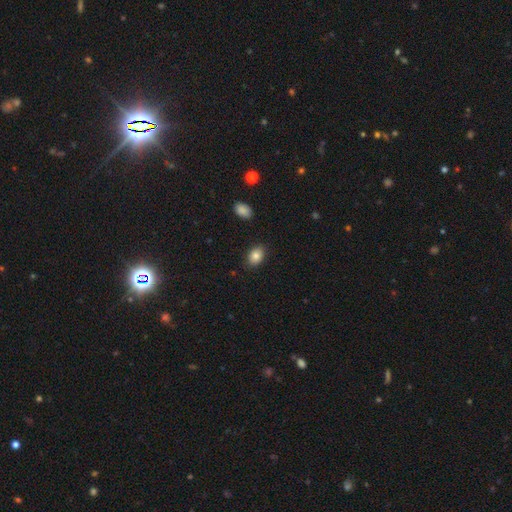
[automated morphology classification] This appears to be a smooth galaxy with no disk features (84%) that is in between round and cigar-shaped (78%). Merging: none (86%).